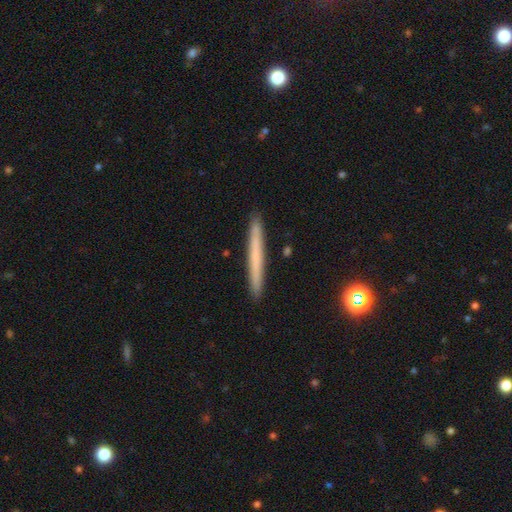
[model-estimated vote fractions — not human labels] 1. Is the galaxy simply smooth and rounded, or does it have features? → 61% smooth, 32% featured or disk, 7% star or artifact.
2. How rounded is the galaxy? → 97% cigar-shaped, 2% in between, 1% round.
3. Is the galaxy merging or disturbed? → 92% none, 6% minor disturbance, 1% merger, 1% major disturbance.